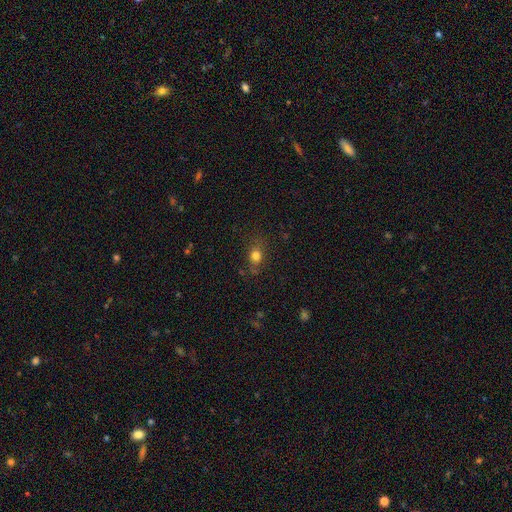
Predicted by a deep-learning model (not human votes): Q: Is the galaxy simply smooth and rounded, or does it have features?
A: smooth — 77%.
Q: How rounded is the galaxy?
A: round — 53%.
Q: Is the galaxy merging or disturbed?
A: none — 73%.